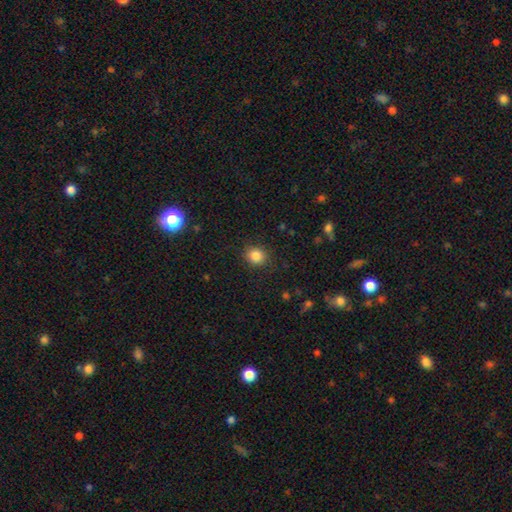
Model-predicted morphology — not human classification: The model was most divided on "how rounded": round: 81%, in between: 18%, cigar-shaped: 1%. More confident: merging — none (88%); smooth or featured — smooth (84%).